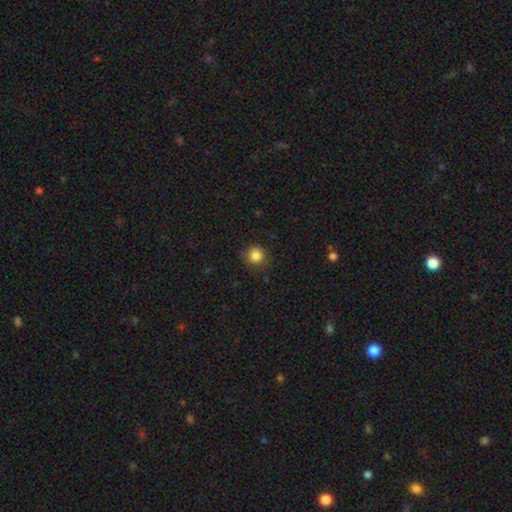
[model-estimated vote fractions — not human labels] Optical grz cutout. It shows a smooth galaxy with no disk features (84%) that is round (93%). Merging: none (87%).